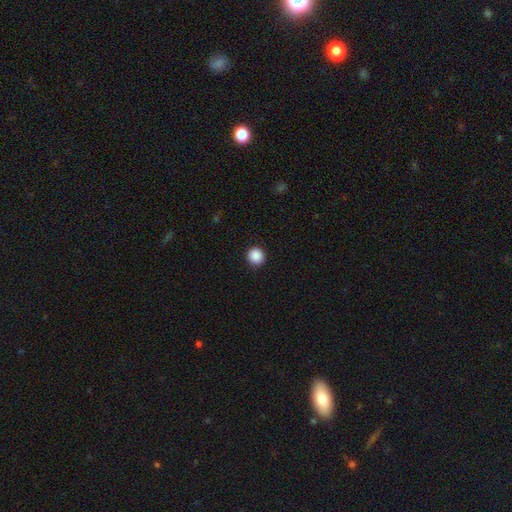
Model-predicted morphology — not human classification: smooth_or_featured: smooth (p=0.89) [alt: star or artifact p=0.09]
how_rounded: round (p=0.95) [alt: in between p=0.04]
merging: none (p=0.93) [alt: minor disturbance p=0.05]